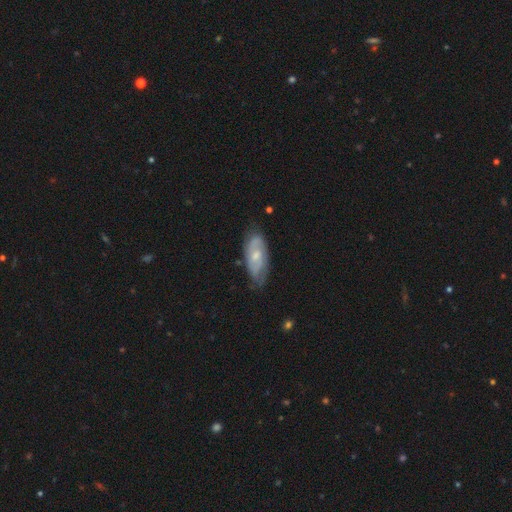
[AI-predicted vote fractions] smooth-or-featured: featured or disk: 64% | smooth: 30% | star or artifact: 6%
  disk-edge-on: no: 89% | yes: 11%
    bar: no: 58% | weak: 36% | strong: 6%
    has-spiral-arms: yes: 81% | no: 19%
    bulge-size: moderate: 49% | small: 42% | none: 4% | large: 3% | dominant: 1%
  merging: none: 67% | minor disturbance: 25% | major disturbance: 6% | merger: 2%